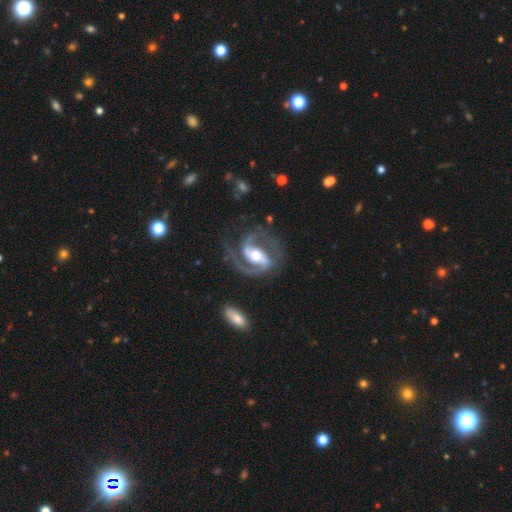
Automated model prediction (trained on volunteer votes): Q: Smooth or featured?
A: featured or disk (92%); runner-up: smooth (4%)
Q: Edge-on disk?
A: no (97%); runner-up: yes (3%)
Q: Bar?
A: strong (43%); runner-up: weak (33%)
Q: Spiral arms?
A: yes (98%); runner-up: no (2%)
Q: Spiral winding?
A: medium (59%); runner-up: tight (24%)
Q: Spiral arm count?
A: 2 (88%); runner-up: 1 (6%)
Q: Bulge size?
A: moderate (69%); runner-up: large (16%)
Q: Merging?
A: none (66%); runner-up: minor disturbance (17%)